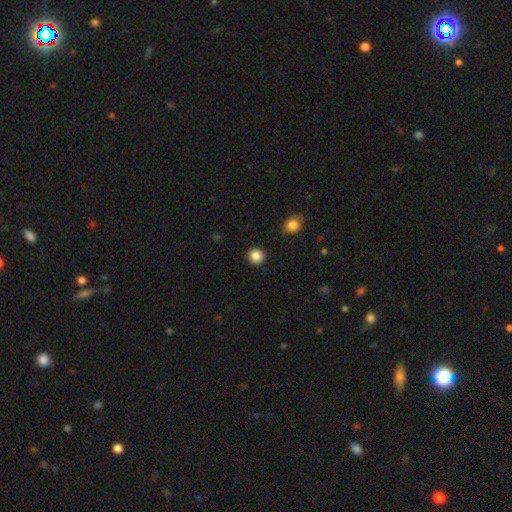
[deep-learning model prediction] smooth 86%, star or artifact 11%, featured or disk 3%. Down the decision tree: how rounded — round (92%); merging — none (92%).